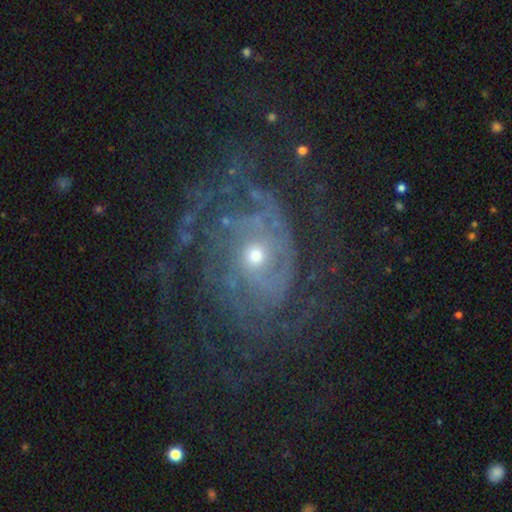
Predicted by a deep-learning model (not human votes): Smooth or featured? Predicted: featured or disk (p=0.83). Edge-on disk? Predicted: no (p=0.97). Bar? Predicted: no (p=0.77). Spiral arms? Predicted: yes (p=0.91). Spiral winding? Predicted: tight (p=0.47). Spiral arm count? Predicted: can't tell (p=0.31). Bulge size? Predicted: small (p=0.62). Merging? Predicted: none (p=0.58).